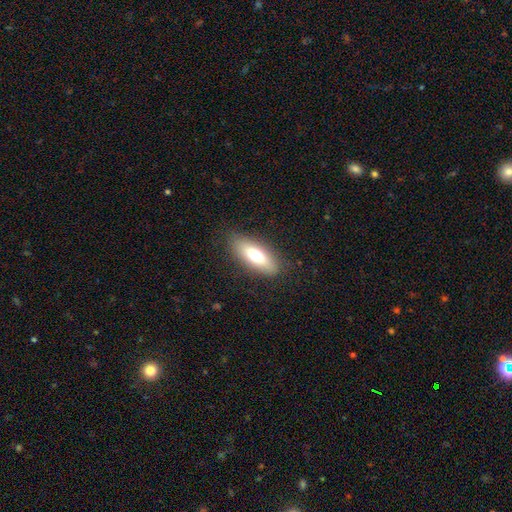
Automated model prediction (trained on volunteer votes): Smooth or featured?
  - smooth: 70% *
  - featured or disk: 22%
  - star or artifact: 7%
How rounded?
  - in between: 68% *
  - cigar-shaped: 29%
  - round: 2%
Merging?
  - none: 85% *
  - minor disturbance: 11%
  - major disturbance: 3%
  - merger: 1%